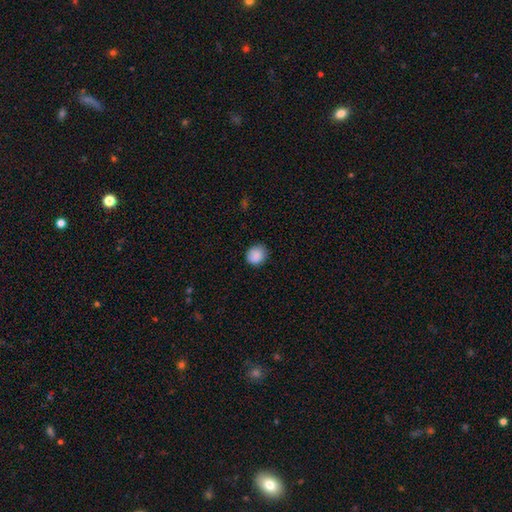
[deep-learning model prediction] Q: Smooth or featured?
A: smooth (89%); runner-up: star or artifact (8%)
Q: How rounded?
A: round (78%); runner-up: in between (21%)
Q: Merging?
A: none (83%); runner-up: minor disturbance (13%)